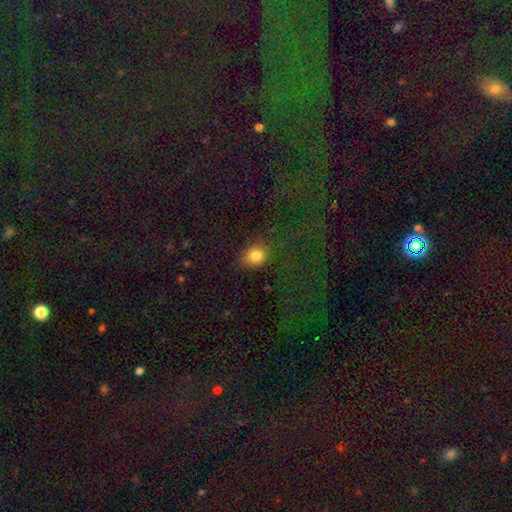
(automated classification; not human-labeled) Overall: smooth (82%). How rounded: round (67%; in between 32%). Merging: none (78%).